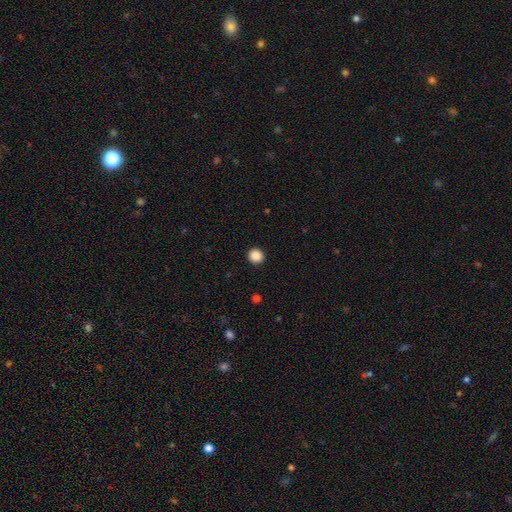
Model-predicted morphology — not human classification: A smooth galaxy with no disk features (88%) that is round (91%).

Vote fractions:
- Smooth or featured? smooth: 88% / star or artifact: 10% / featured or disk: 2%
- How rounded? round: 91% / in between: 8% / cigar-shaped: 1%
- Merging? none: 93% / minor disturbance: 4% / major disturbance: 2% / merger: 1%